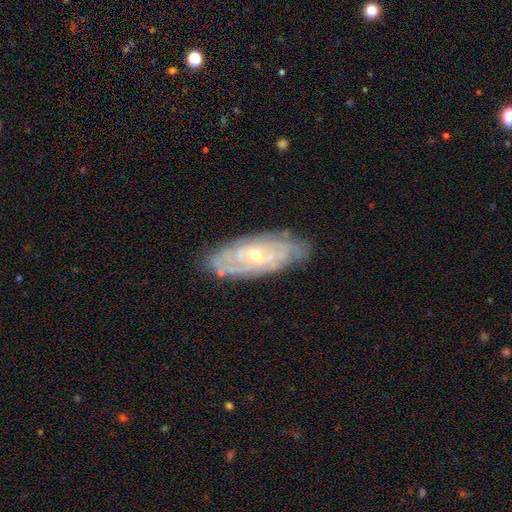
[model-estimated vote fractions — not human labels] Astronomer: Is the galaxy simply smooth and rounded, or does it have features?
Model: featured or disk — 79%.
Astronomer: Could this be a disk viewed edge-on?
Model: no — 87%.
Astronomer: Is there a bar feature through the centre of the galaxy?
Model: no — 55% (runner-up: weak, 36%).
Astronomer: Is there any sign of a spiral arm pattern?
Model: yes — 87%.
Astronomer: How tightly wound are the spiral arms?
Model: tight — 70%.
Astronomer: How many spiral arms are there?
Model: can't tell — 53%.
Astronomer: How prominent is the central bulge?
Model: small — 51% (runner-up: moderate, 46%).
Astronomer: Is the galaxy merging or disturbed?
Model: none — 80%.